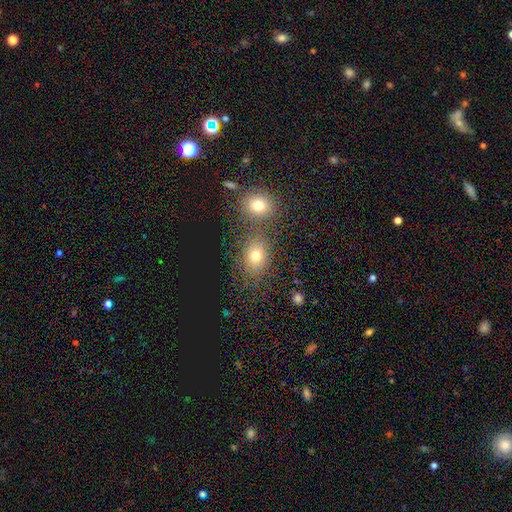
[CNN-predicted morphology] Smooth or featured? Predicted: smooth (p=0.69). How rounded? Predicted: in between (p=0.55). Merging? Predicted: none (p=0.65).